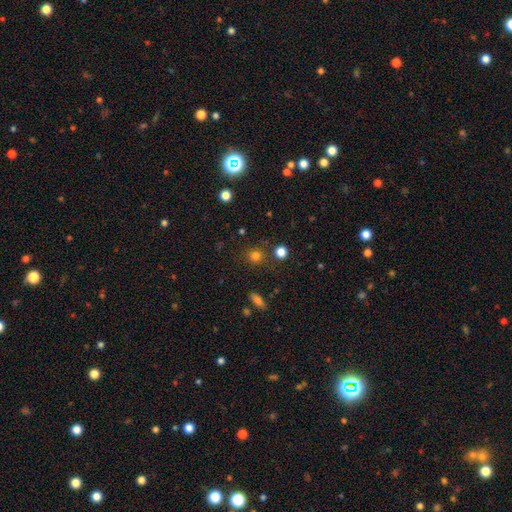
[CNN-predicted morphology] smooth 78%, star or artifact 16%, featured or disk 6%. Down the decision tree: how rounded — round (89%); merging — none (83%).